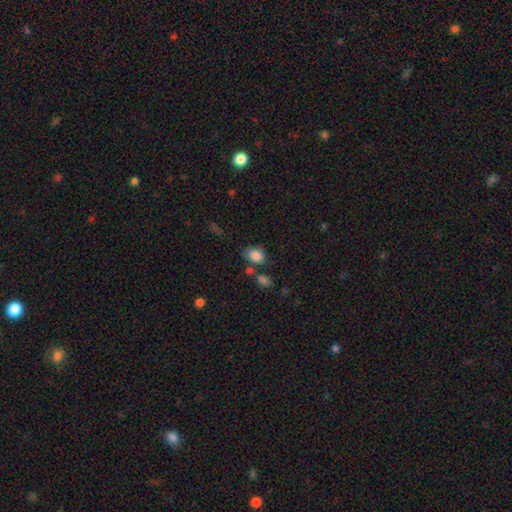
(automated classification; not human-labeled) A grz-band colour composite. It shows a smooth galaxy with no disk features (85%) that is in between round and cigar-shaped (65%). Merging: none (59%).